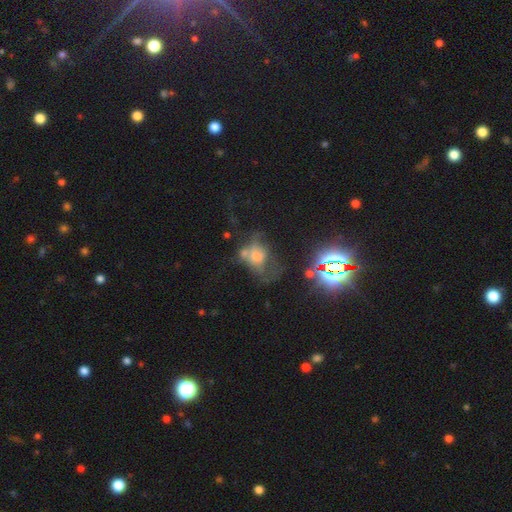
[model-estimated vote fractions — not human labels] smooth-or-featured: smooth: 47% | featured or disk: 33% | star or artifact: 20%
  merging: major disturbance: 40% | merger: 23% | none: 20% | minor disturbance: 17%